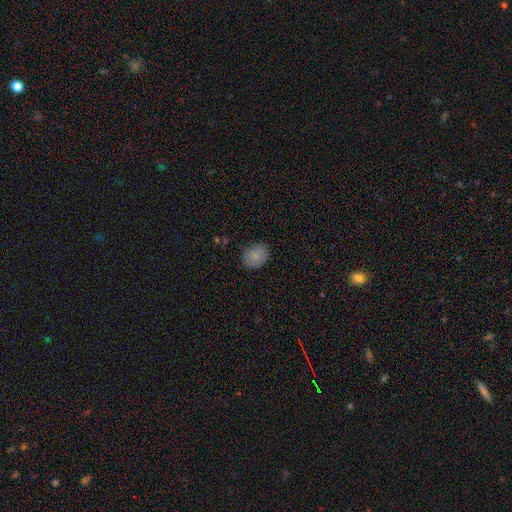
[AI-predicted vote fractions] Smooth or featured?
  - smooth: 84% *
  - star or artifact: 9%
  - featured or disk: 7%
How rounded?
  - in between: 50% *
  - round: 49%
  - cigar-shaped: 1%
Merging?
  - none: 84% *
  - minor disturbance: 12%
  - major disturbance: 3%
  - merger: 1%